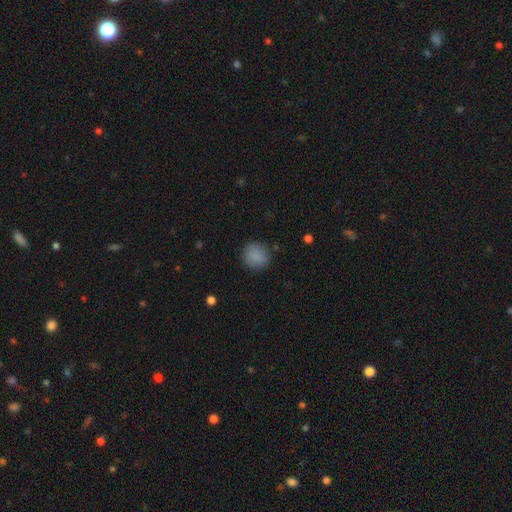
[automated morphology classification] A smooth galaxy with no disk features (87%) that is round (87%). Merging: none (86%).